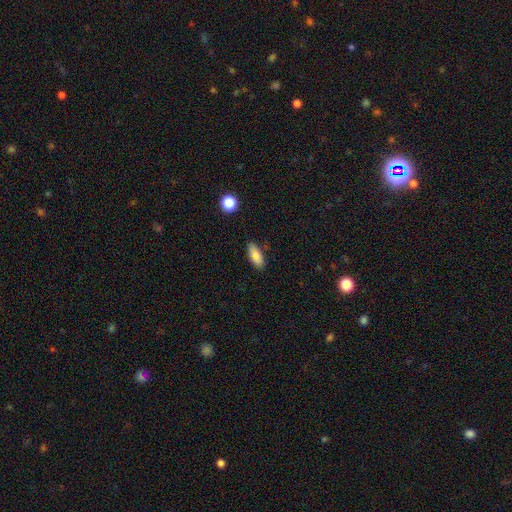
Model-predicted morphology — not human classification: smooth_or_featured: smooth (p=0.84) [alt: featured or disk p=0.08]
how_rounded: in between (p=0.76) [alt: cigar-shaped p=0.21]
merging: none (p=0.84) [alt: minor disturbance p=0.12]